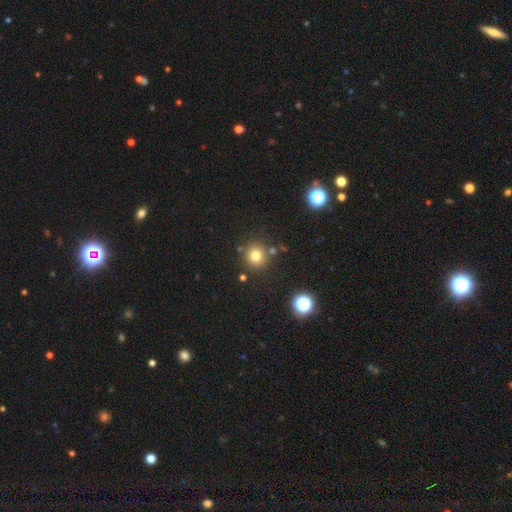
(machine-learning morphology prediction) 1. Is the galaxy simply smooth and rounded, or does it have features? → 76% smooth, 16% star or artifact, 8% featured or disk.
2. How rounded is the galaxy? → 93% round, 6% in between, 1% cigar-shaped.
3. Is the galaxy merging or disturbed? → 82% none, 8% minor disturbance, 7% merger, 3% major disturbance.